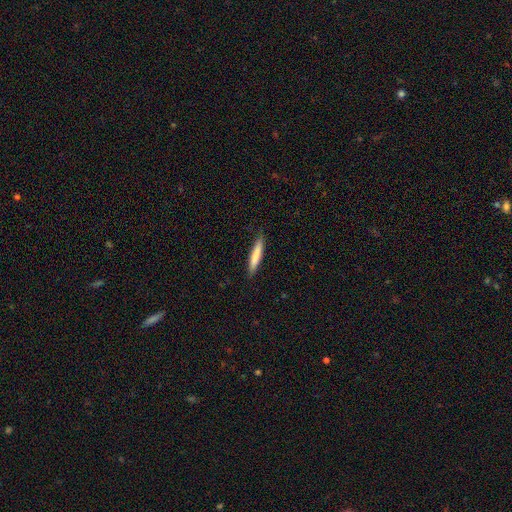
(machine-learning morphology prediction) Q: Smooth or featured?
A: smooth (78%); runner-up: featured or disk (17%)
Q: How rounded?
A: cigar-shaped (92%); runner-up: in between (7%)
Q: Merging?
A: none (88%); runner-up: minor disturbance (9%)